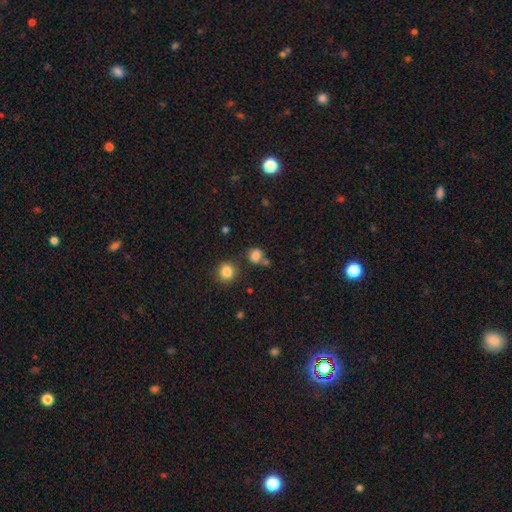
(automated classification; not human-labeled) Smooth or featured: smooth — 81% (star or artifact — 14%)
How rounded: round — 70% (in between — 29%)
Merging: none — 59% (merger — 20%)